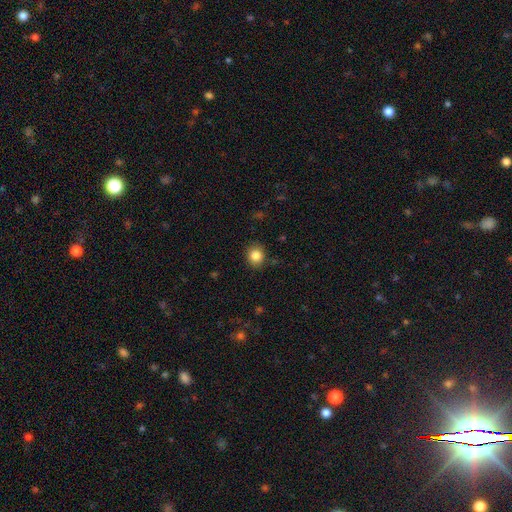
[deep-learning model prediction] A smooth galaxy with no disk features (84%) that is round (81%). Merging: none (87%).